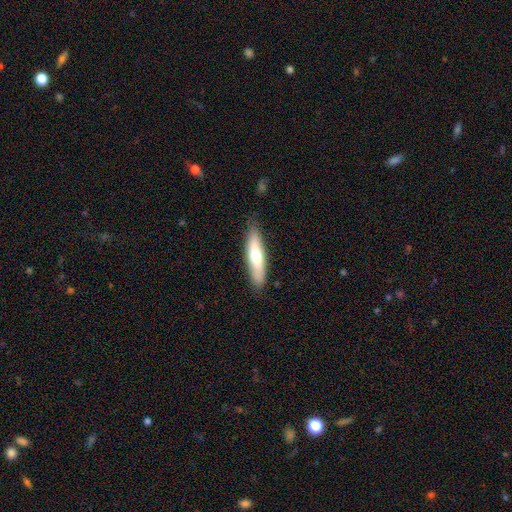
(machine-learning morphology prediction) Smooth or featured? smooth (61%)
How rounded? cigar-shaped (73%)
Merging? none (85%)